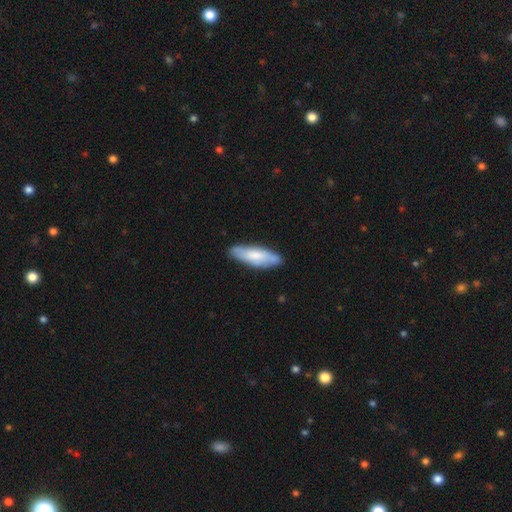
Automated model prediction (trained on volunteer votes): Smooth or featured? Predicted: smooth (p=0.69). How rounded? Predicted: cigar-shaped (p=0.51). Merging? Predicted: none (p=0.83).